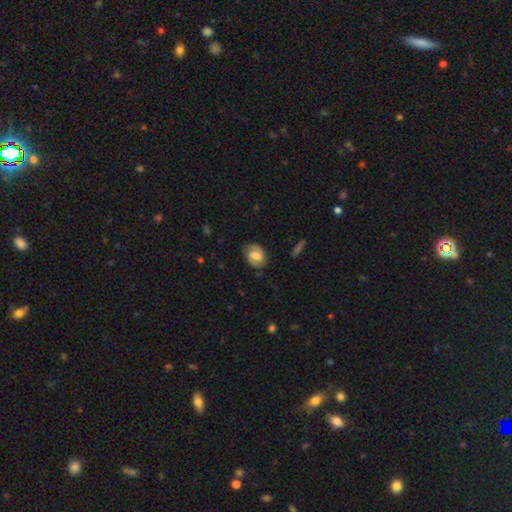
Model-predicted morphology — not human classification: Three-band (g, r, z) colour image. It shows a featured or disk galaxy (54%) with a weak bar (49%), spiral arms (88%) and a moderate central bulge (57%). Merging: none (74%).